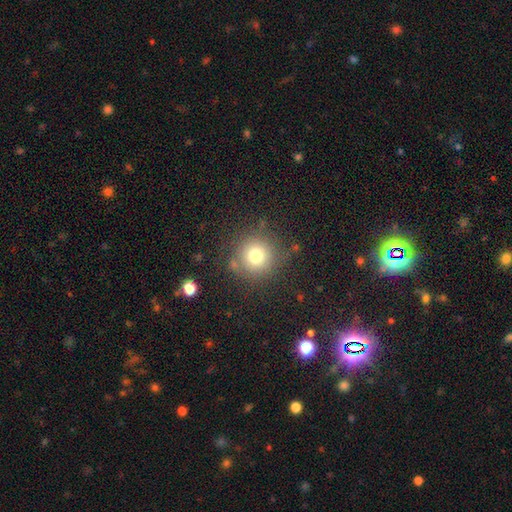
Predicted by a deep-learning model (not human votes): Smooth or featured: smooth — 75% (star or artifact — 14%)
How rounded: round — 94% (in between — 5%)
Merging: none — 81% (minor disturbance — 11%)